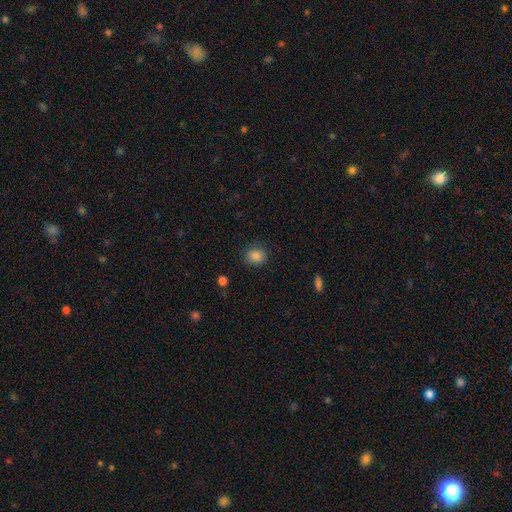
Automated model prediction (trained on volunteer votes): Overall: smooth (86%). How rounded: round (69%; in between 30%). Merging: none (84%).